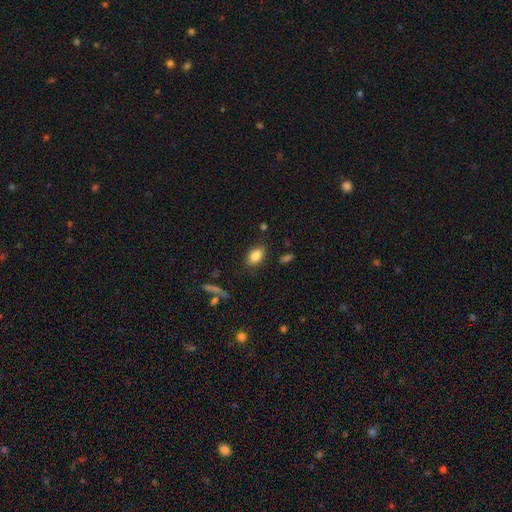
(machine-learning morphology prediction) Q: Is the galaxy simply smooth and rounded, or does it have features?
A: smooth — 84%.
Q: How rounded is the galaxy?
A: in between — 87%.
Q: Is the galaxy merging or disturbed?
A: none — 83%.